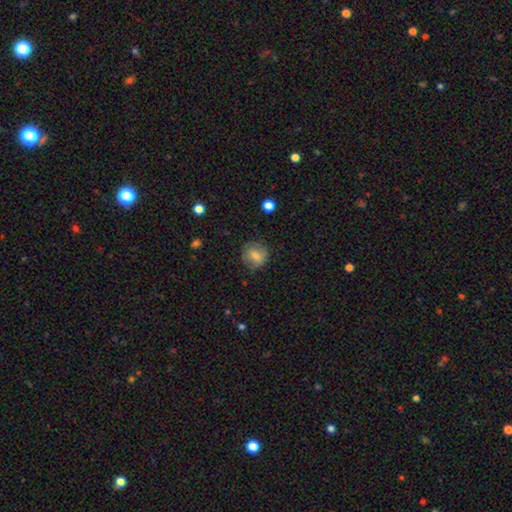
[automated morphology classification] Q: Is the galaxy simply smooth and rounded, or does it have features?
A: smooth — 65%.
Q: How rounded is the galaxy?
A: round — 81%.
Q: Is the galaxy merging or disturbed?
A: none — 76%.